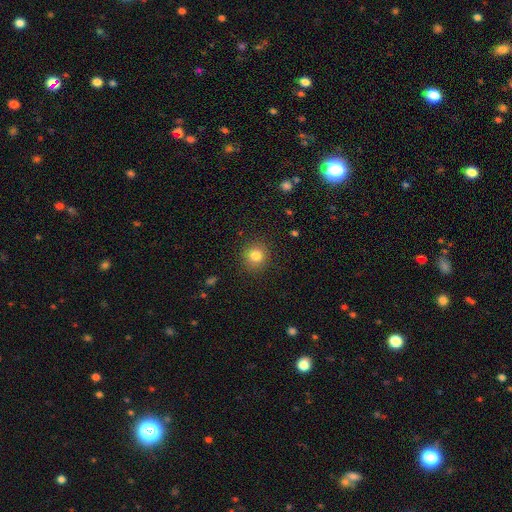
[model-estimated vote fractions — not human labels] Smooth or featured?
  - smooth: 82% *
  - star or artifact: 12%
  - featured or disk: 7%
How rounded?
  - round: 89% *
  - in between: 10%
  - cigar-shaped: 1%
Merging?
  - none: 89% *
  - minor disturbance: 7%
  - major disturbance: 3%
  - merger: 1%